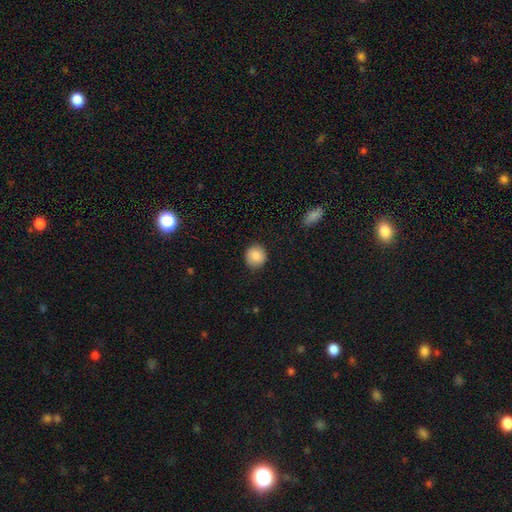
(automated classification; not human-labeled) The model was most divided on "smooth or featured": smooth: 84%, featured or disk: 9%, star or artifact: 8%. More confident: how rounded — round (90%); merging — none (89%).